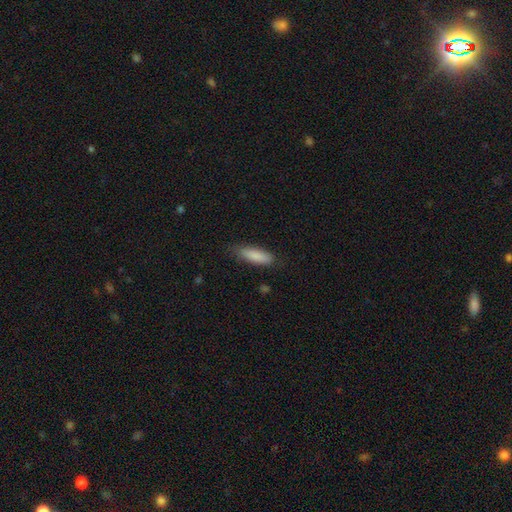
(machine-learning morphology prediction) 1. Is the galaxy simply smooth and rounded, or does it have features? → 86% smooth, 8% featured or disk, 6% star or artifact.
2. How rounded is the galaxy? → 54% cigar-shaped, 45% in between, 2% round.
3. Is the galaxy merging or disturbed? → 77% none, 18% minor disturbance, 4% major disturbance, 1% merger.